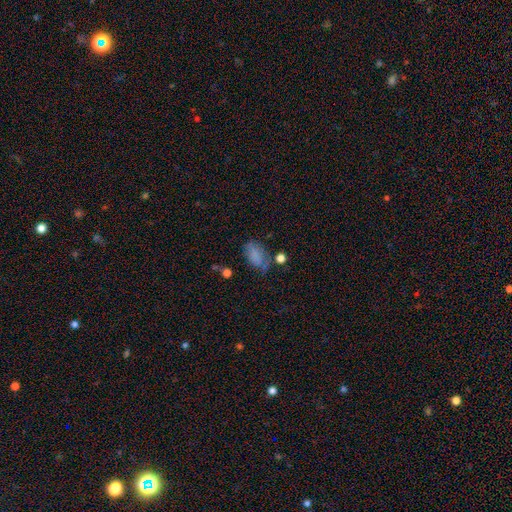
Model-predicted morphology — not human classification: Smooth or featured? smooth (77%)
How rounded? in between (89%)
Merging? none (51%)